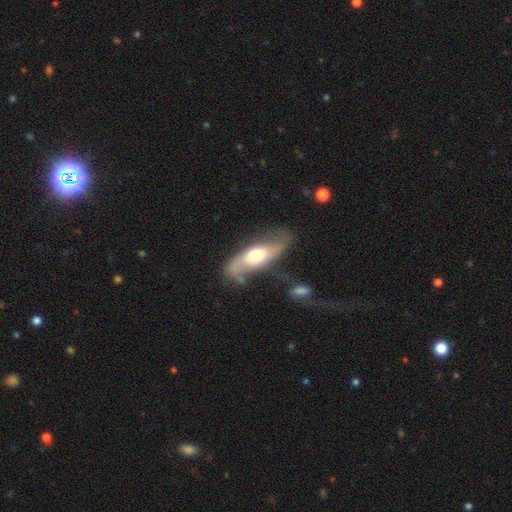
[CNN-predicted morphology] Smooth or featured? featured or disk (62%)
Edge-on disk? no (79%)
Merging? none (51%)